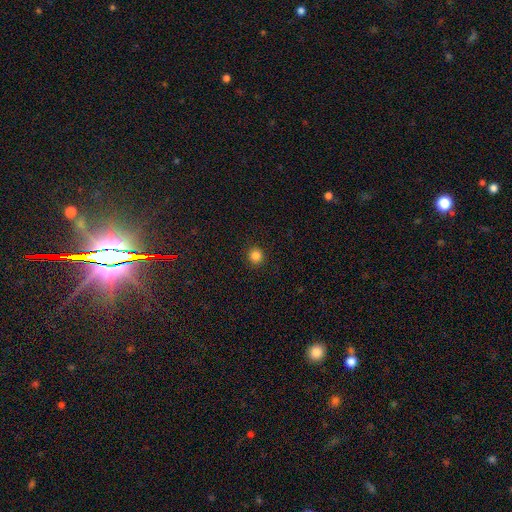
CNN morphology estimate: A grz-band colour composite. It shows a smooth galaxy with no disk features (84%) that is round (94%). Merging: none (92%).